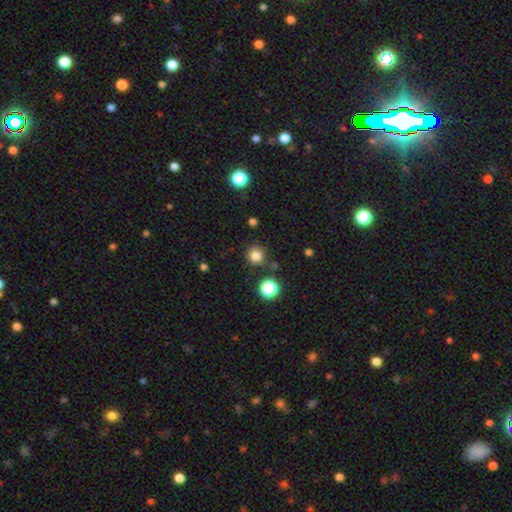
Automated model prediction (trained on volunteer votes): This is clearly a smooth galaxy (80%). How rounded: clearly round (94%). Merging: clearly none (84%).